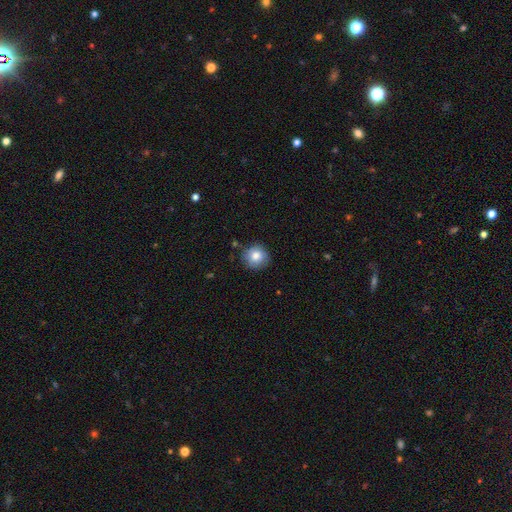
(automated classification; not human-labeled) A smooth galaxy with no disk features (80%) that is round (92%). Merging: none (82%).